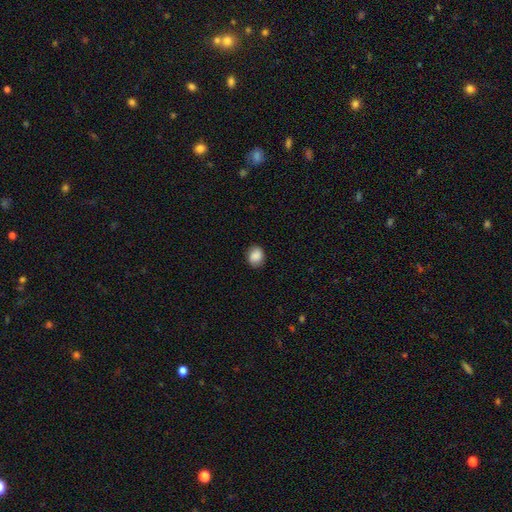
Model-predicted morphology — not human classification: The model was most divided on "how rounded": round: 55%, in between: 44%, cigar-shaped: 1%. More confident: smooth or featured — smooth (87%); merging — none (84%).